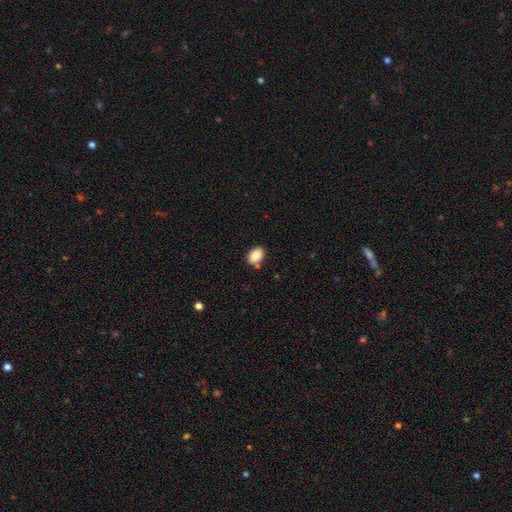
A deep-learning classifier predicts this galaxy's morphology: Smooth or featured? smooth (88%)
How rounded? in between (84%)
Merging? none (78%)